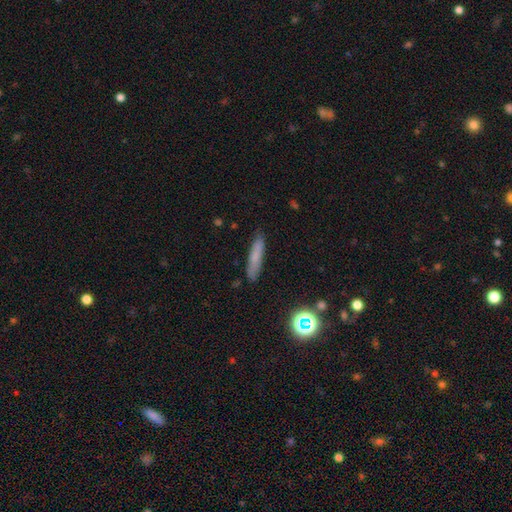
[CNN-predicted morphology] smooth 71%, featured or disk 18%, star or artifact 11%. Down the decision tree: how rounded — cigar-shaped (87%); merging — none (84%).